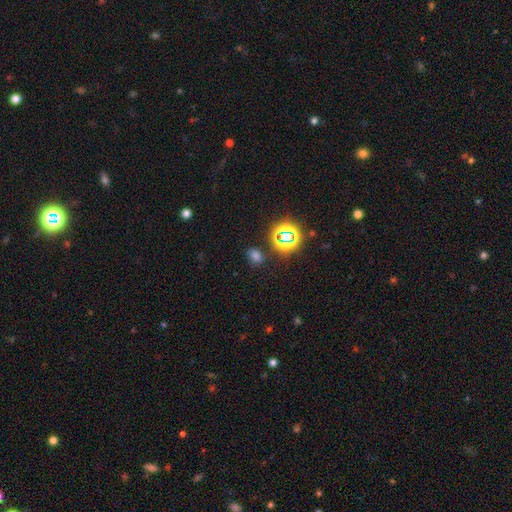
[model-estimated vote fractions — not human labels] smooth_or_featured: smooth (p=0.63) [alt: star or artifact p=0.30]
how_rounded: in between (p=0.65) [alt: round p=0.34]
merging: none (p=0.80) [alt: minor disturbance p=0.12]